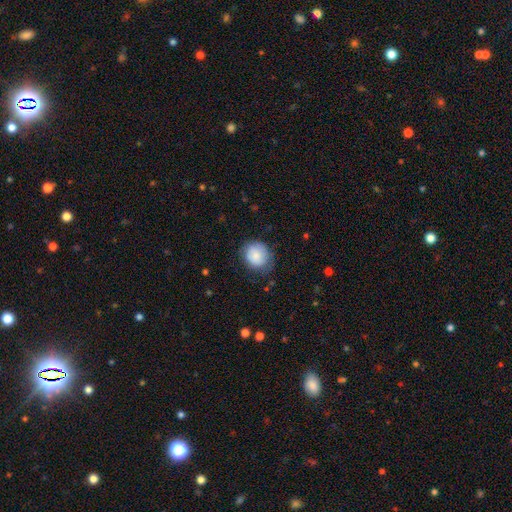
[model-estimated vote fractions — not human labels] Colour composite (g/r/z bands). It shows a smooth galaxy with no disk features (82%) that is round (74%). Merging: none (68%).